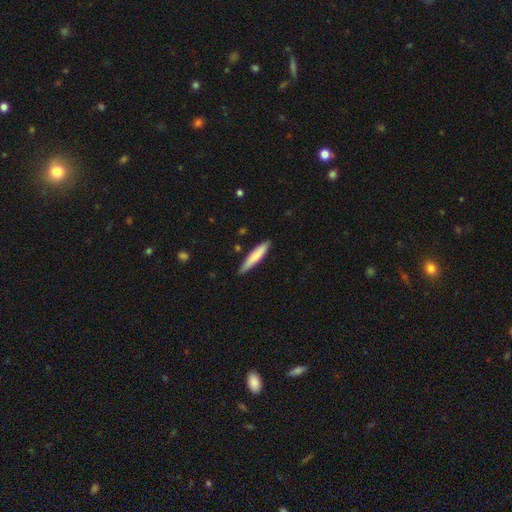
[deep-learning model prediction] This appears to be a smooth galaxy with no disk features (78%) that is cigar-shaped (89%). Merging: none (83%).